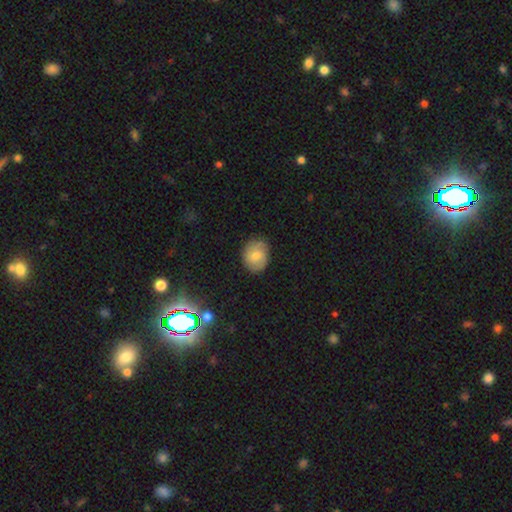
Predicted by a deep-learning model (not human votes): Smooth or featured: smooth — 60% (featured or disk — 31%)
How rounded: round — 53% (in between — 46%)
Merging: none — 79% (minor disturbance — 17%)